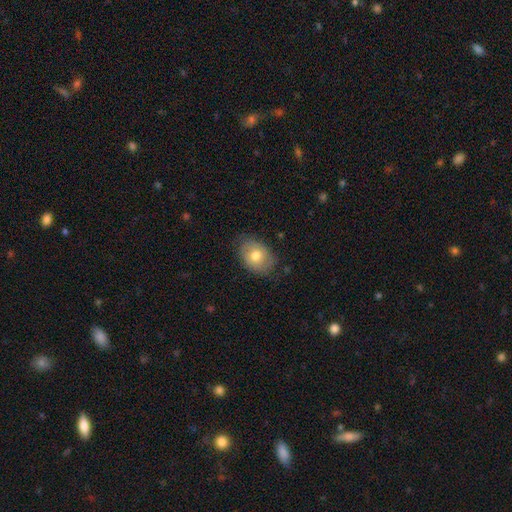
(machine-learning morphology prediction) smooth 72%, featured or disk 20%, star or artifact 8%. Down the decision tree: how rounded — in between (71%); merging — none (76%).